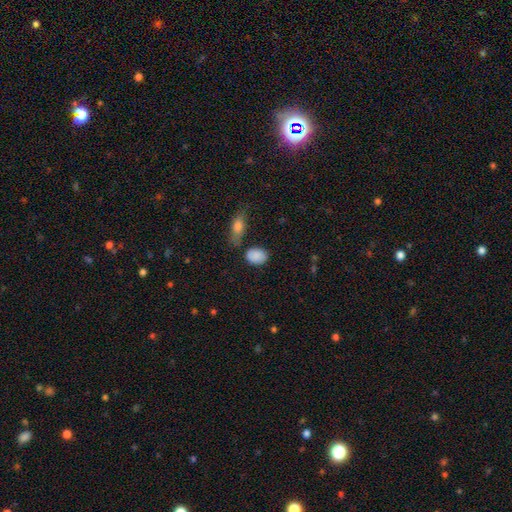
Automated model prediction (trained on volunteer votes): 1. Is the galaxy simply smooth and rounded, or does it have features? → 86% smooth, 8% star or artifact, 6% featured or disk.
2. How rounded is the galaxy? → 71% in between, 27% round, 2% cigar-shaped.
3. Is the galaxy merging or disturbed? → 68% none, 20% minor disturbance, 7% merger, 5% major disturbance.